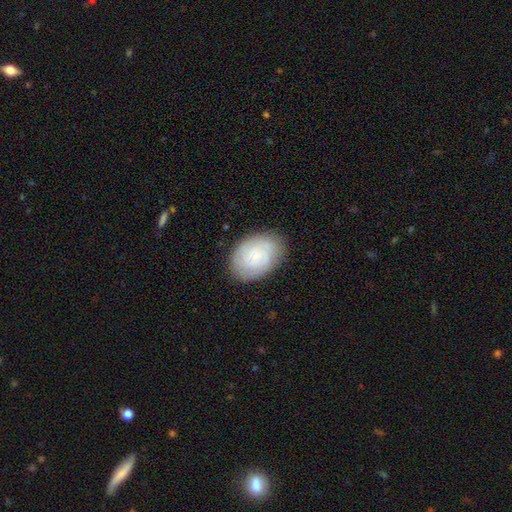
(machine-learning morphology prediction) Smooth or featured? smooth (51%)
How rounded? in between (80%)
Merging? none (79%)